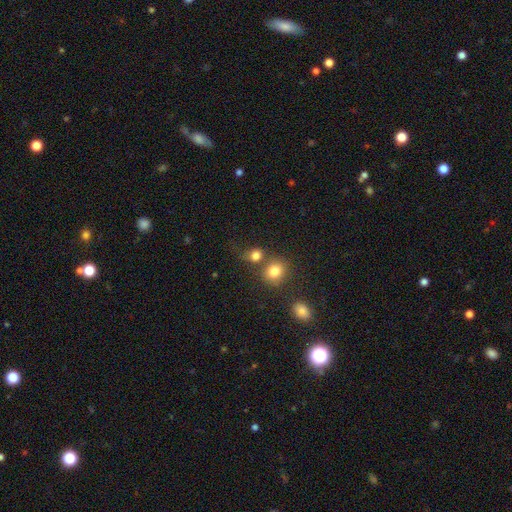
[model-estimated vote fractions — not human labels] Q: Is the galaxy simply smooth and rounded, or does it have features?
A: smooth — 80%.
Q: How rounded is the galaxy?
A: round — 72%.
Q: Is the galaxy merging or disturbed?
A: none — 57%.